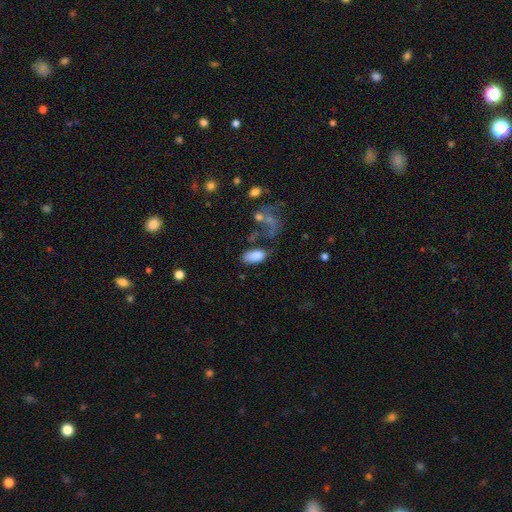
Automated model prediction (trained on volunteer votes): Smooth or featured? smooth (83%)
How rounded? in between (94%)
Merging? none (49%)